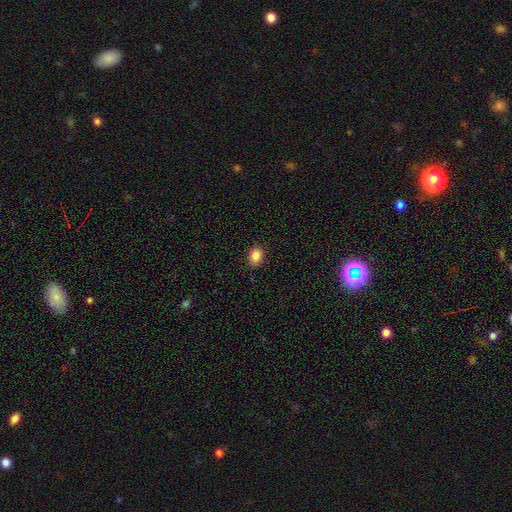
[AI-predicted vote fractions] Smooth or featured: smooth — 87% (star or artifact — 9%)
How rounded: in between — 68% (round — 31%)
Merging: none — 88% (minor disturbance — 9%)